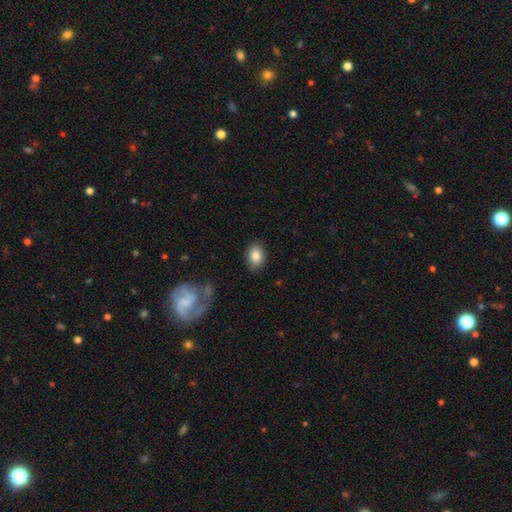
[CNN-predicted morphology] Smooth or featured?
  - smooth: 84% *
  - featured or disk: 8%
  - star or artifact: 8%
How rounded?
  - in between: 69% *
  - round: 29%
  - cigar-shaped: 1%
Merging?
  - none: 85% *
  - minor disturbance: 11%
  - major disturbance: 3%
  - merger: 2%